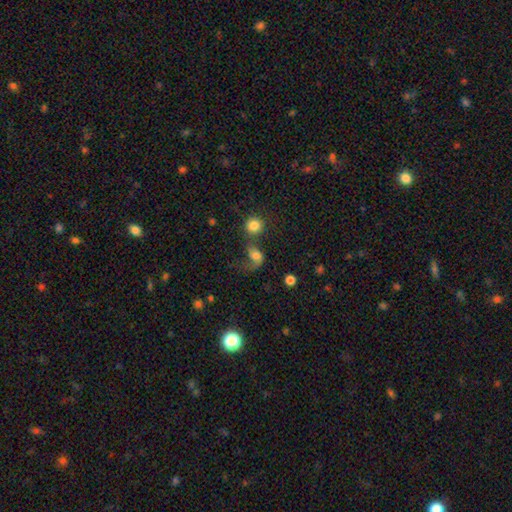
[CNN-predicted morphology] smooth 57%, featured or disk 30%, star or artifact 13%. Down the decision tree: how rounded — in between (50%); merging — major disturbance (35%).